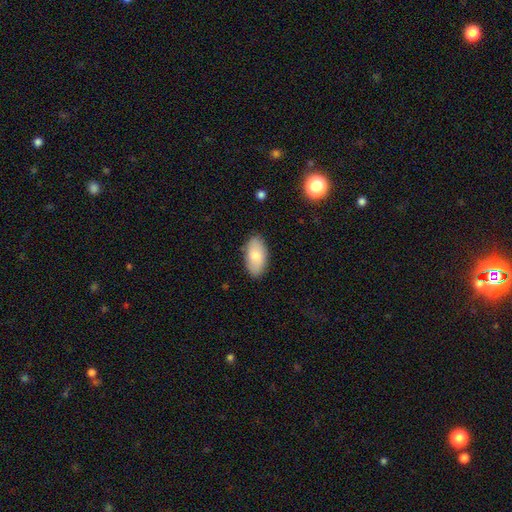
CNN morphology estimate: Smooth or featured: smooth — 79% (featured or disk — 15%)
How rounded: in between — 94% (round — 3%)
Merging: none — 86% (minor disturbance — 11%)